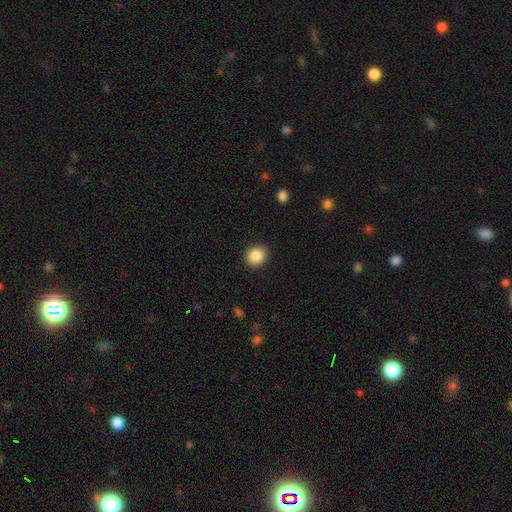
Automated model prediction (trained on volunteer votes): This is clearly a smooth galaxy (86%). How rounded: likely round (77%). Merging: clearly none (91%).